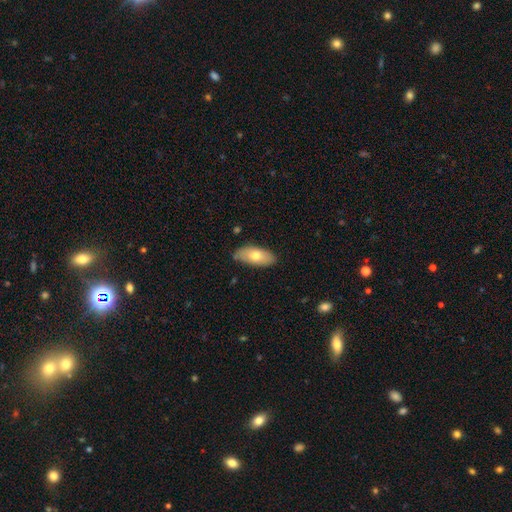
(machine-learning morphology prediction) smooth-or-featured: smooth: 69% | featured or disk: 25% | star or artifact: 6%
  how-rounded: in between: 88% | cigar-shaped: 10% | round: 3%
  merging: none: 83% | minor disturbance: 13% | major disturbance: 2% | merger: 1%